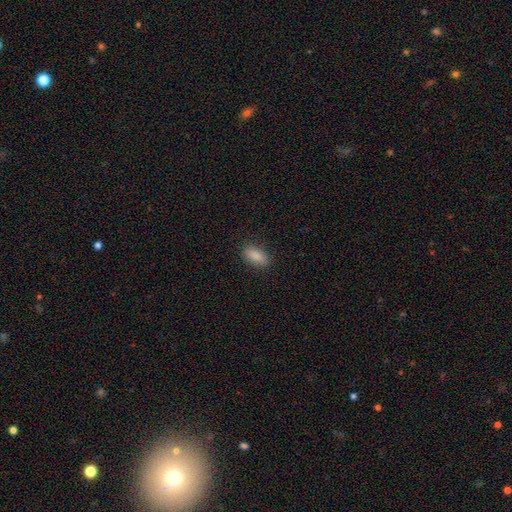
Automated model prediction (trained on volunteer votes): This is clearly a smooth galaxy (88%). How rounded: clearly in between (87%). Merging: clearly none (88%).